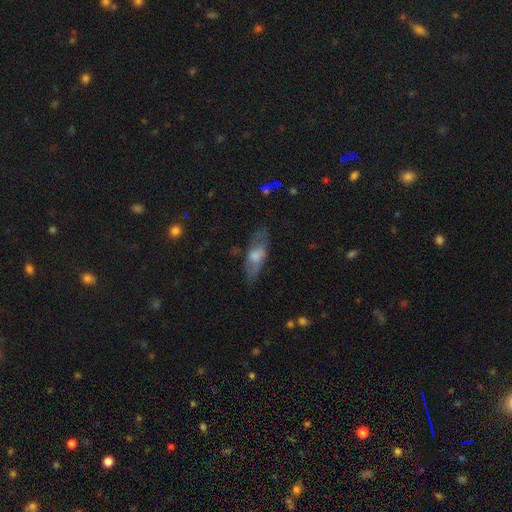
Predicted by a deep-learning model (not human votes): smooth_or_featured: smooth (p=0.47) [alt: featured or disk p=0.46]
merging: none (p=0.69) [alt: minor disturbance p=0.20]